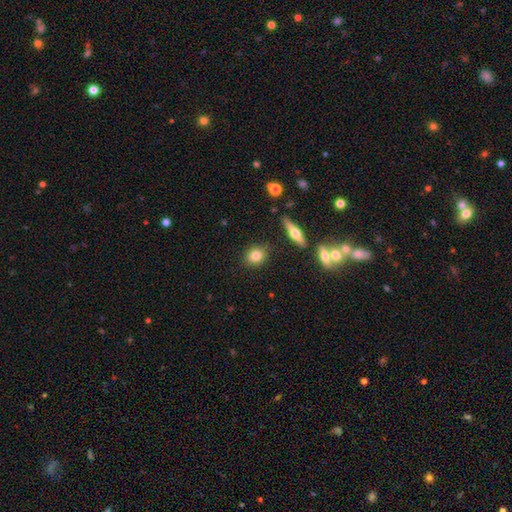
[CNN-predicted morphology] A smooth galaxy with no disk features (79%) that is round (63%).

Vote fractions:
- Smooth or featured? smooth: 79% / featured or disk: 12% / star or artifact: 9%
- How rounded? round: 63% / in between: 34% / cigar-shaped: 3%
- Merging? none: 86% / minor disturbance: 8% / merger: 3% / major disturbance: 2%